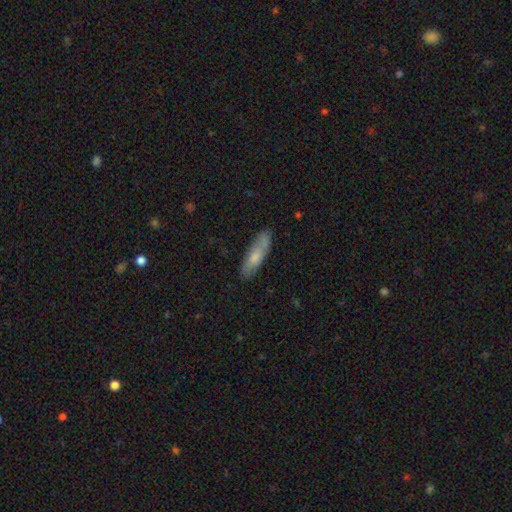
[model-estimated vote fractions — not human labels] Overall: smooth (69%). How rounded: cigar-shaped (62%; in between 36%). Merging: none (77%).